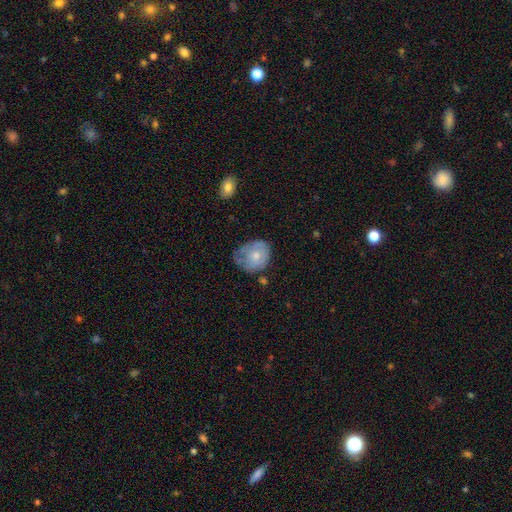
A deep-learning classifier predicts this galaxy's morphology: Smooth or featured? smooth (56%)
How rounded? round (60%)
Merging? none (41%)